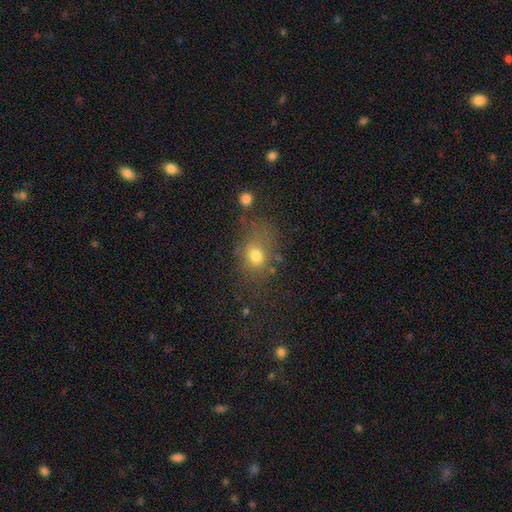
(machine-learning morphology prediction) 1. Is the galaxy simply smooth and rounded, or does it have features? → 72% smooth, 16% star or artifact, 12% featured or disk.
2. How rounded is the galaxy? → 51% in between, 47% round, 2% cigar-shaped.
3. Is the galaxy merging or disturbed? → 58% none, 21% minor disturbance, 15% major disturbance, 6% merger.